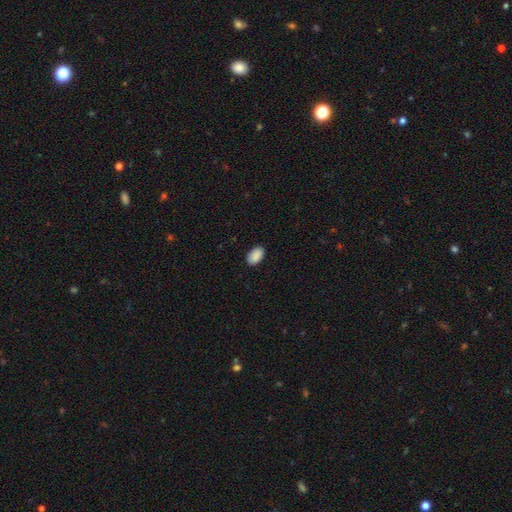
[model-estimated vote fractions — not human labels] A smooth galaxy with no disk features (90%) that is in between round and cigar-shaped (93%). Merging: none (88%).